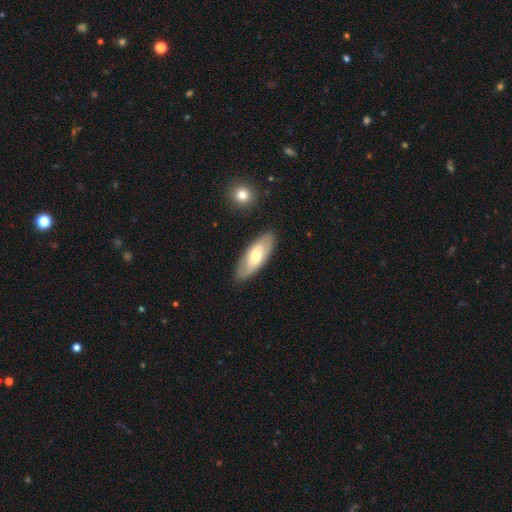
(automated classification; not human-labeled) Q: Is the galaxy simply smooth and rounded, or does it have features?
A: smooth — 49%.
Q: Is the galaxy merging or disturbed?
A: none — 85%.